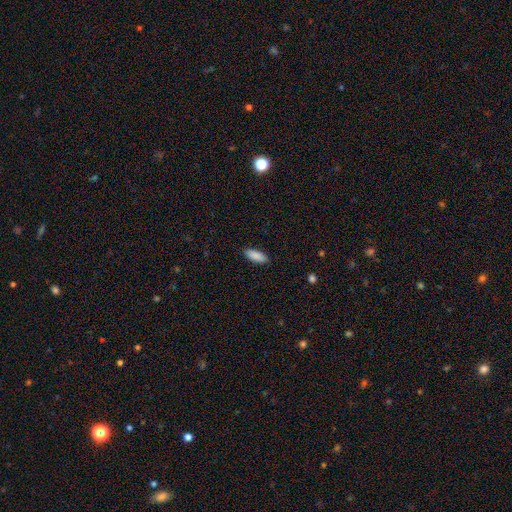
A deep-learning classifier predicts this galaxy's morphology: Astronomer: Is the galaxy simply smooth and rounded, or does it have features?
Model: smooth — 90%.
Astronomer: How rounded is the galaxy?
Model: in between — 77%.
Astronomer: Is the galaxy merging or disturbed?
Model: none — 89%.